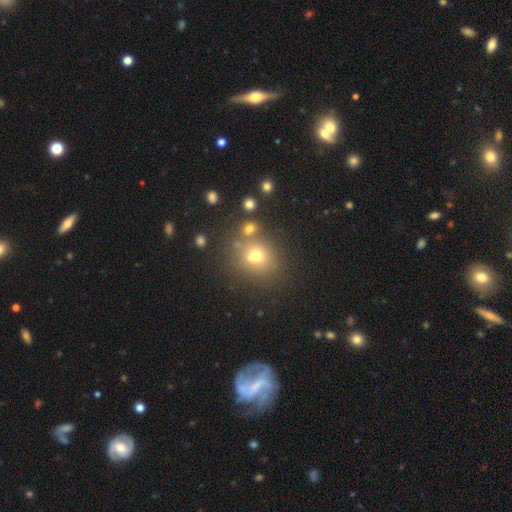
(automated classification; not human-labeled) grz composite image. It shows a smooth galaxy with no disk features (66%) that is round (73%). Merging: none (66%).